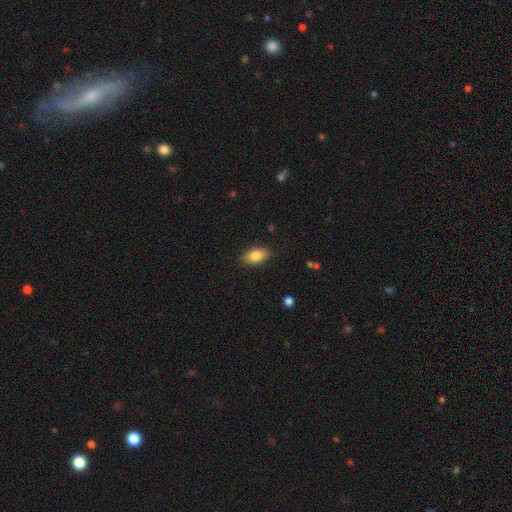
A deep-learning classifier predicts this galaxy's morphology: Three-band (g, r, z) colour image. It shows a smooth galaxy with no disk features (85%) that is in between round and cigar-shaped (91%). Merging: none (86%).